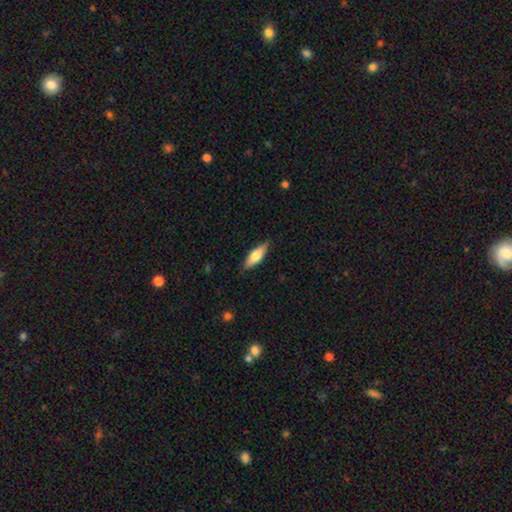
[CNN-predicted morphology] A smooth galaxy with no disk features (66%) that is in between round and cigar-shaped (57%).

Vote fractions:
- Smooth or featured? smooth: 66% / featured or disk: 28% / star or artifact: 6%
- How rounded? in between: 57% / cigar-shaped: 41% / round: 2%
- Merging? none: 86% / minor disturbance: 11% / major disturbance: 2% / merger: 1%